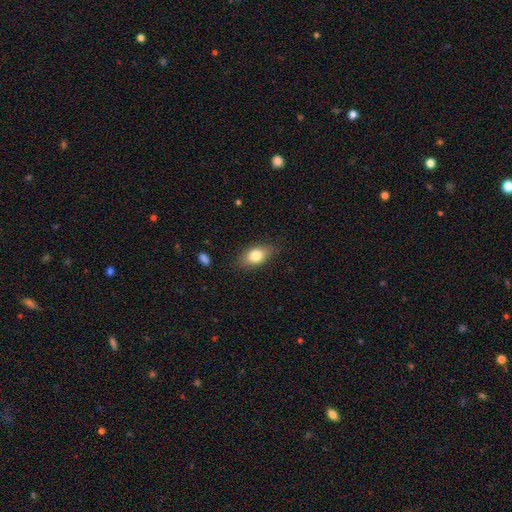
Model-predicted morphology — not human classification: smooth-or-featured: smooth: 79% | featured or disk: 13% | star or artifact: 8%
  how-rounded: in between: 84% | round: 12% | cigar-shaped: 4%
  merging: none: 80% | minor disturbance: 15% | major disturbance: 3% | merger: 1%